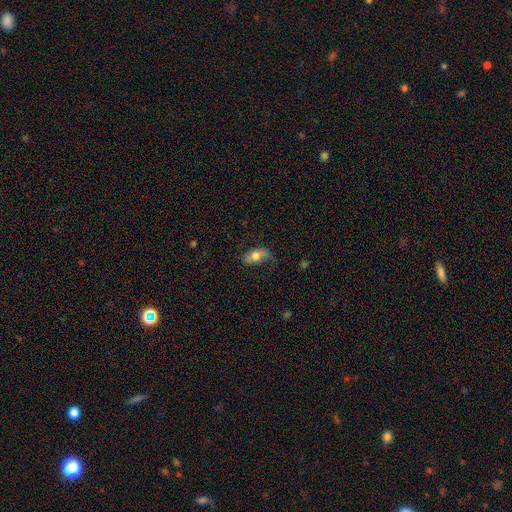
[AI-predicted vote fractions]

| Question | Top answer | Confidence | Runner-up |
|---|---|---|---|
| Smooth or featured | smooth | 64% | featured or disk (29%) |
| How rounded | in between | 89% | round (7%) |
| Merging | none | 61% | minor disturbance (27%) |